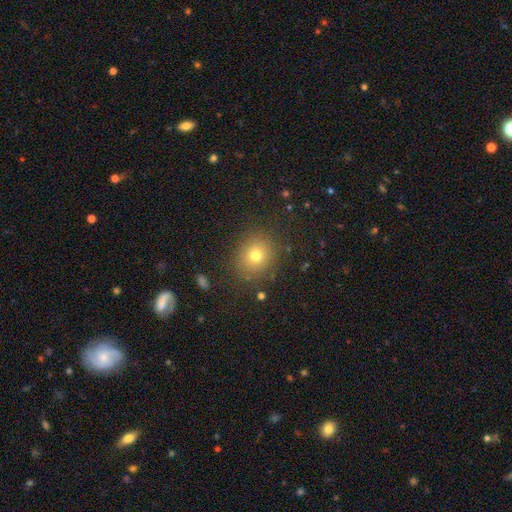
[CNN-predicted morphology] smooth 73%, star or artifact 16%, featured or disk 11%. Down the decision tree: how rounded — round (81%); merging — none (86%).